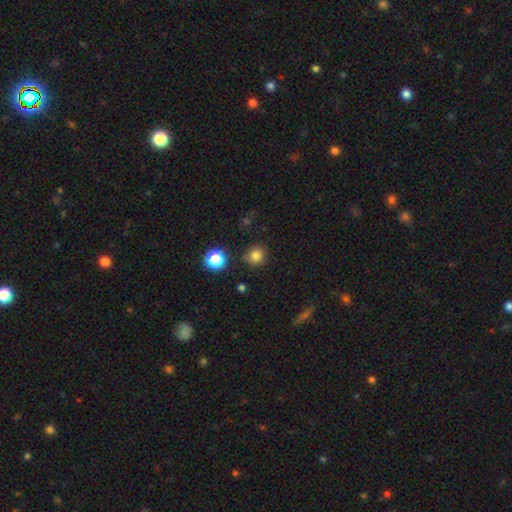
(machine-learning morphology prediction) smooth 80%, star or artifact 15%, featured or disk 5%. Down the decision tree: how rounded — round (91%); merging — none (86%).